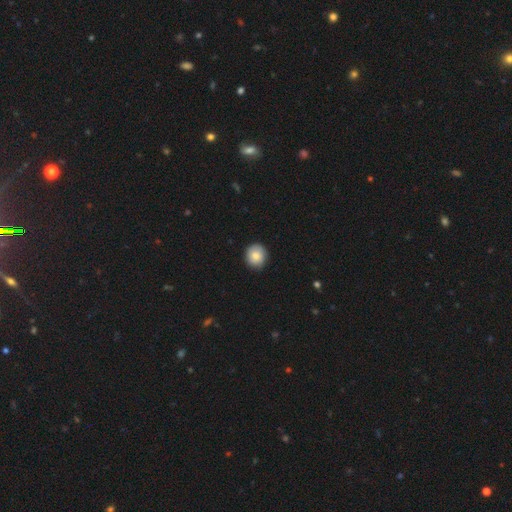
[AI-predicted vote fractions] smooth-or-featured: smooth: 83% | featured or disk: 9% | star or artifact: 8%
  how-rounded: round: 86% | in between: 13% | cigar-shaped: 1%
  merging: none: 88% | minor disturbance: 10% | major disturbance: 2% | merger: 1%